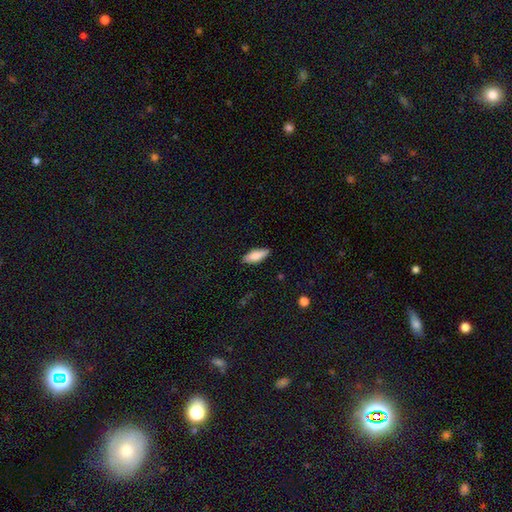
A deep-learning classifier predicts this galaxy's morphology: Smooth or featured? smooth (84%)
How rounded? in between (71%)
Merging? none (86%)